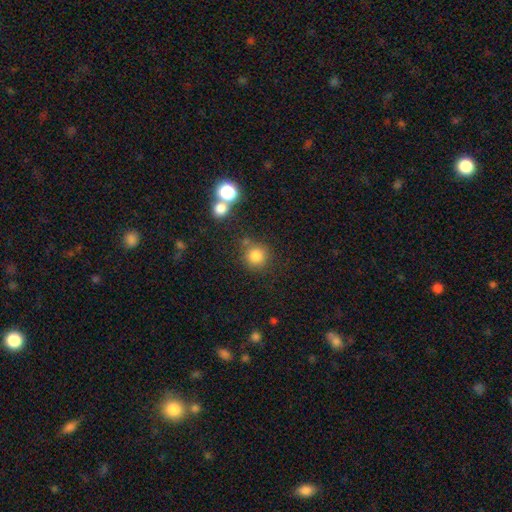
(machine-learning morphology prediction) Smooth or featured? Predicted: smooth (p=0.81). How rounded? Predicted: round (p=0.92). Merging? Predicted: none (p=0.73).